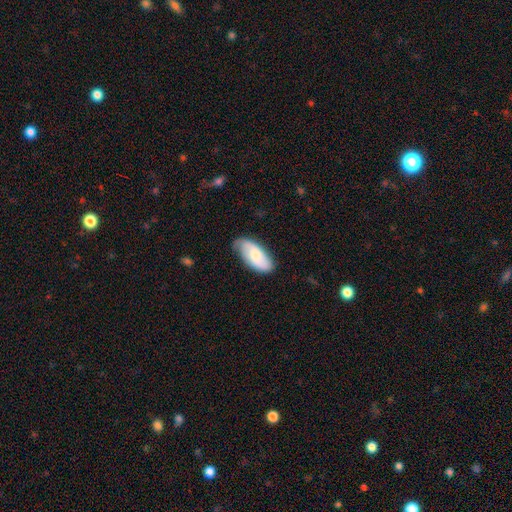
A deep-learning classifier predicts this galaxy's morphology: A smooth galaxy with no disk features (56%) that is in between round and cigar-shaped (91%).

Vote fractions:
- Smooth or featured? smooth: 56% / featured or disk: 38% / star or artifact: 6%
- How rounded? in between: 91% / cigar-shaped: 7% / round: 2%
- Merging? none: 64% / minor disturbance: 28% / major disturbance: 6% / merger: 1%